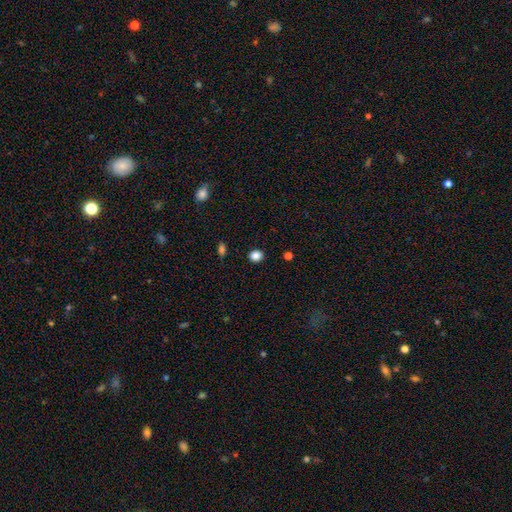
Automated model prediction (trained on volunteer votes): smooth_or_featured: smooth (p=0.86) [alt: star or artifact p=0.11]
how_rounded: round (p=0.63) [alt: in between p=0.36]
merging: none (p=0.90) [alt: minor disturbance p=0.07]